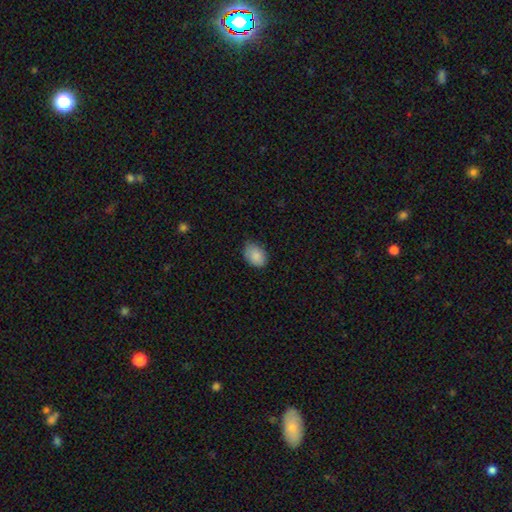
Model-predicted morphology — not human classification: Smooth or featured? smooth (88%)
How rounded? in between (79%)
Merging? none (71%)